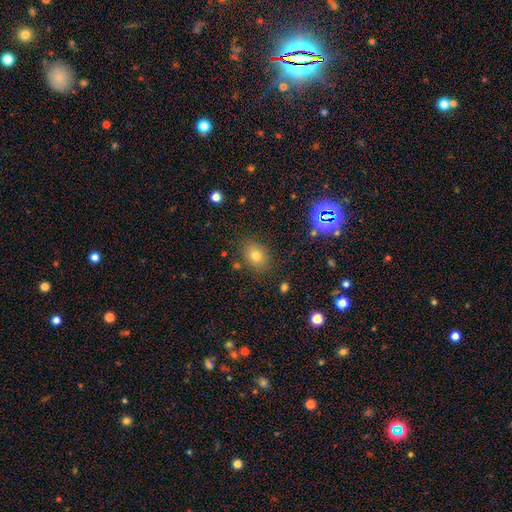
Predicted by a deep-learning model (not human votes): Smooth or featured: smooth — 73% (star or artifact — 17%)
How rounded: in between — 58% (round — 40%)
Merging: none — 83% (minor disturbance — 10%)